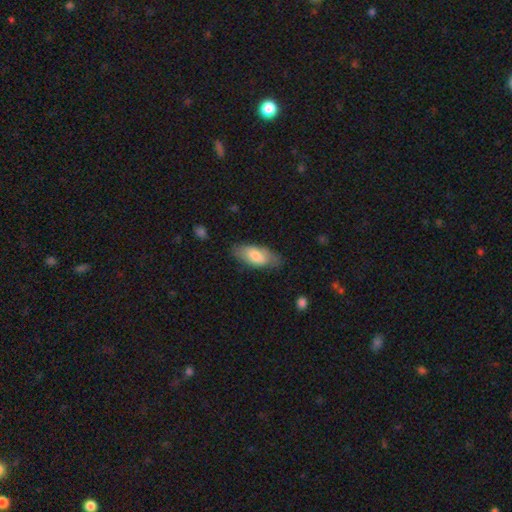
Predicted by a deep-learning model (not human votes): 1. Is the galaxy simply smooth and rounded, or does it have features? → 73% smooth, 21% featured or disk, 6% star or artifact.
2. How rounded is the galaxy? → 84% in between, 14% cigar-shaped, 2% round.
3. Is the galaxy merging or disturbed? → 73% none, 20% minor disturbance, 5% major disturbance, 1% merger.